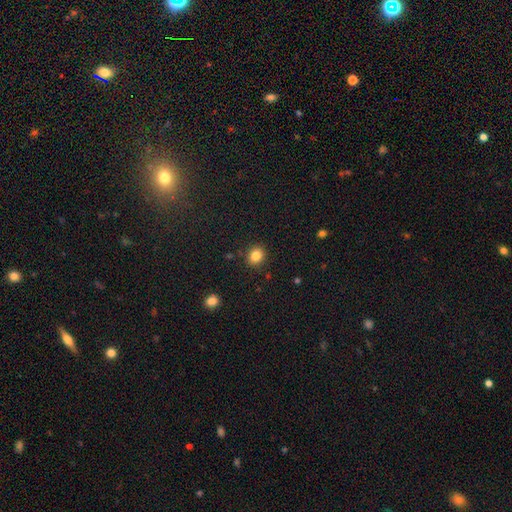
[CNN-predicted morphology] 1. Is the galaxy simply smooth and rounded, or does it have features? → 84% smooth, 11% star or artifact, 5% featured or disk.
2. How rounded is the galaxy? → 65% round, 34% in between, 1% cigar-shaped.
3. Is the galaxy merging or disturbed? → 89% none, 8% minor disturbance, 2% major disturbance, 2% merger.